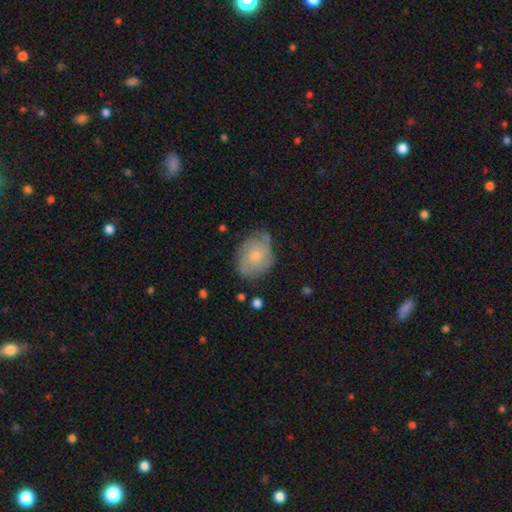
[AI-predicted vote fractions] The model was most divided on "smooth or featured": featured or disk: 50%, smooth: 42%, star or artifact: 8%. More confident: edge-on disk — no (97%); merging — none (64%).